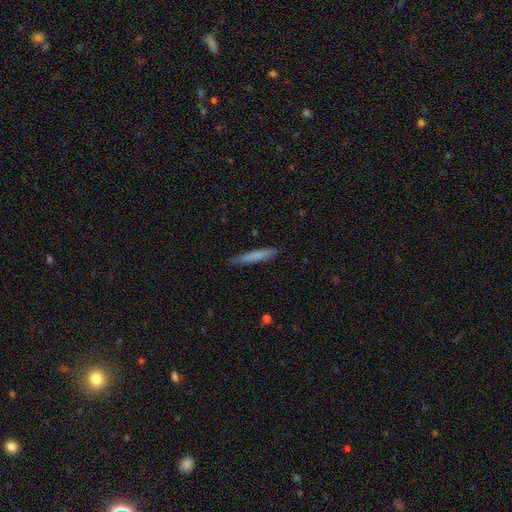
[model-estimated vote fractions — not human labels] smooth 73%, featured or disk 22%, star or artifact 6%. Down the decision tree: how rounded — cigar-shaped (96%); merging — none (86%).